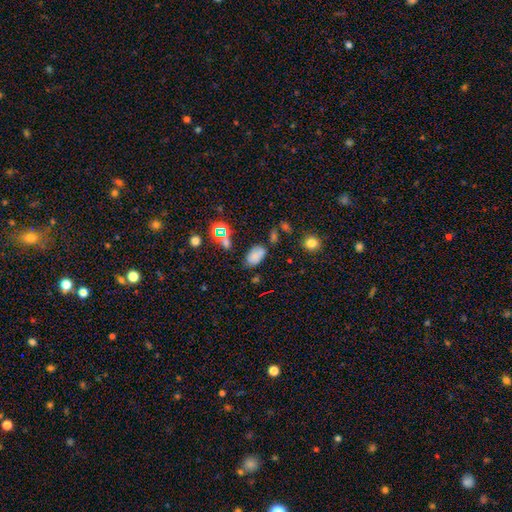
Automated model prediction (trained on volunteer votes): Morphology: type=smooth (70%); roundness=in between (92%); merging=none (65%).